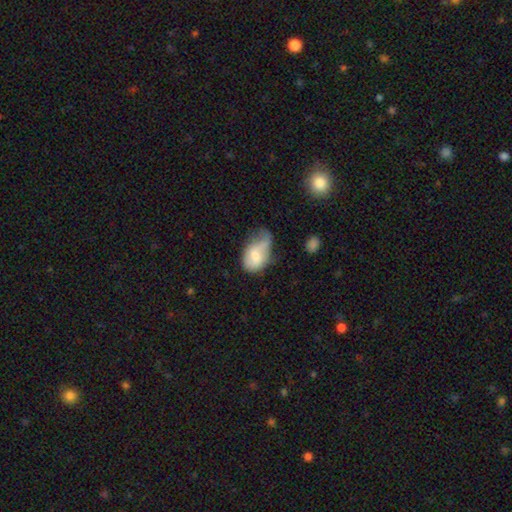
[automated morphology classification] type=smooth (61%); roundness=in between (84%); merging=minor disturbance (36%).